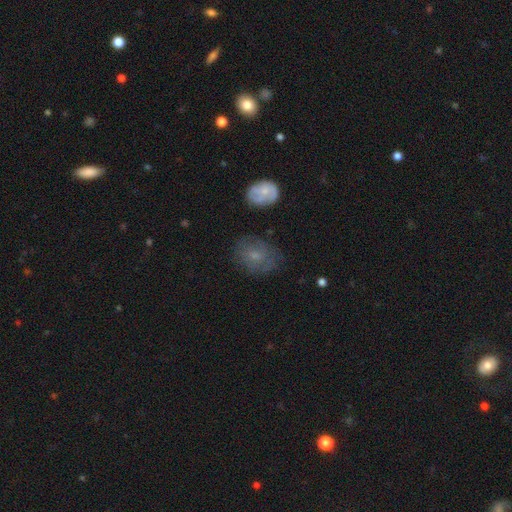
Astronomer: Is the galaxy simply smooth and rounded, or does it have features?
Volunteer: smooth — 50% (runner-up: featured or disk, 42%).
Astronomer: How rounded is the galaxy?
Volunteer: in between — 74%.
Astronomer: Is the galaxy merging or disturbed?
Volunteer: none — 57%.